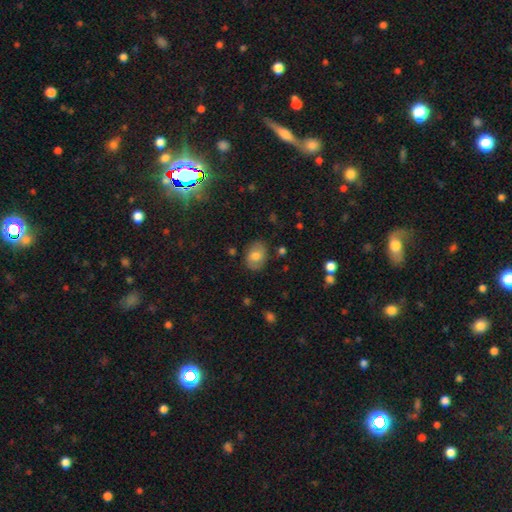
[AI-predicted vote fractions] Smooth or featured? smooth (68%)
How rounded? in between (62%)
Merging? none (82%)